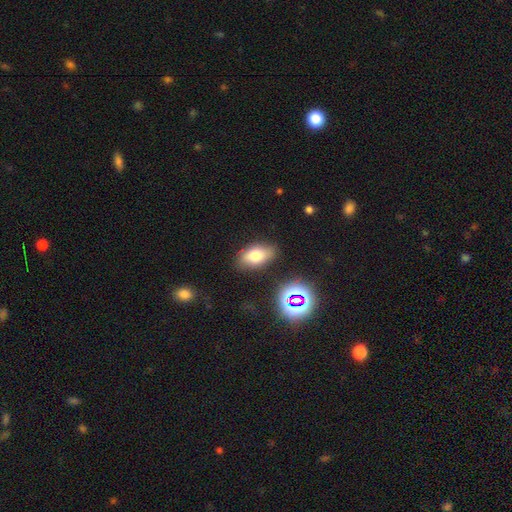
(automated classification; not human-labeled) This appears to be a smooth galaxy with no disk features (71%) that is in between round and cigar-shaped (89%). Merging: none (81%).